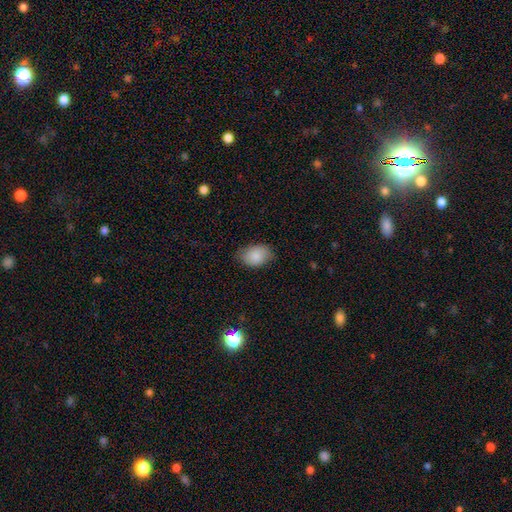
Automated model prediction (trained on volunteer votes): Smooth or featured? smooth (86%)
How rounded? in between (82%)
Merging? none (74%)